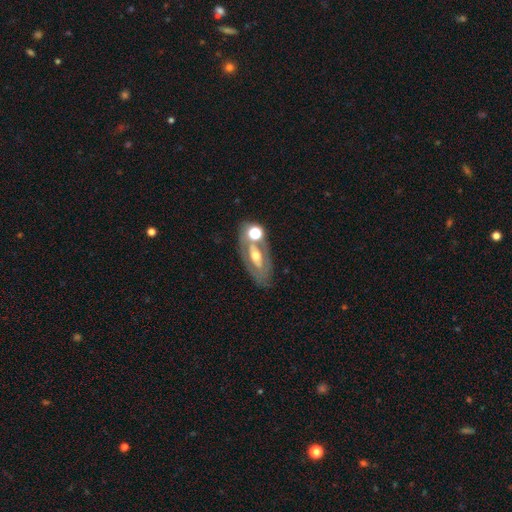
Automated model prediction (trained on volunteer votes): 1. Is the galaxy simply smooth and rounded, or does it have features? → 65% featured or disk, 25% smooth, 10% star or artifact.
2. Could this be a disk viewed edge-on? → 85% no, 15% yes.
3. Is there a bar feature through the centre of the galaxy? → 60% no, 22% weak, 18% strong.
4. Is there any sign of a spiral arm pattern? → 69% no, 31% yes.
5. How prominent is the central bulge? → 67% moderate, 20% small, 9% large, 2% none, 2% dominant.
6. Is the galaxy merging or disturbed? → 59% none, 18% merger, 15% minor disturbance, 7% major disturbance.